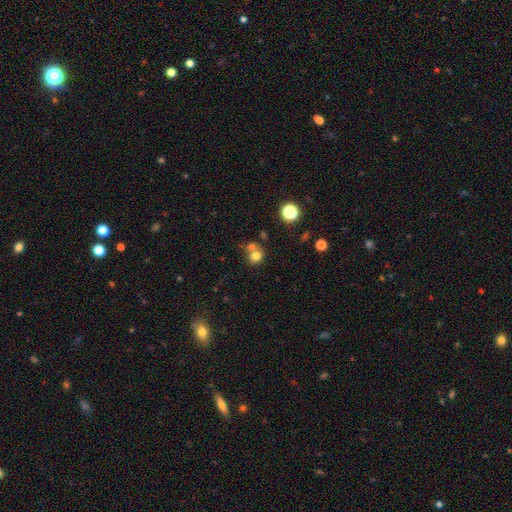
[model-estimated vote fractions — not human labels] smooth_or_featured: smooth (p=0.74) [alt: star or artifact p=0.15]
how_rounded: round (p=0.83) [alt: in between p=0.16]
merging: none (p=0.48) [alt: merger p=0.39]